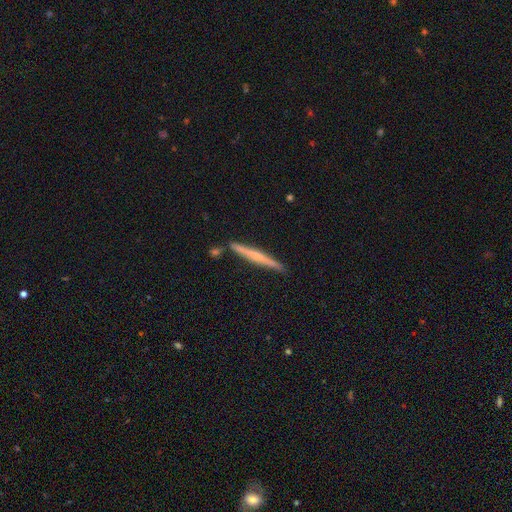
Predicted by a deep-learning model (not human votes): The model was most divided on "edge-on bulge": rounded: 48%, none: 42%, boxy: 10%. More confident: edge-on disk — yes (97%); merging — none (85%); smooth or featured — featured or disk (60%).